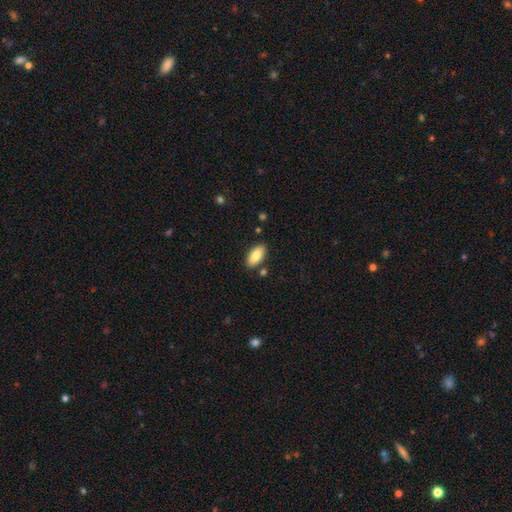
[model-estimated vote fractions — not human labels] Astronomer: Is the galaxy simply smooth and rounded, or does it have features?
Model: smooth — 82%.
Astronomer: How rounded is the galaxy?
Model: in between — 90%.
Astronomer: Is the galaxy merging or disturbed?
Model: none — 85%.